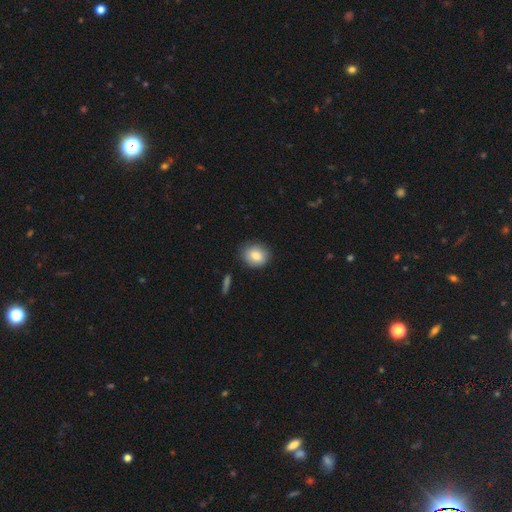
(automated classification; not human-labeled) Morphology: type=smooth (84%); roundness=round (58%); merging=none (83%).